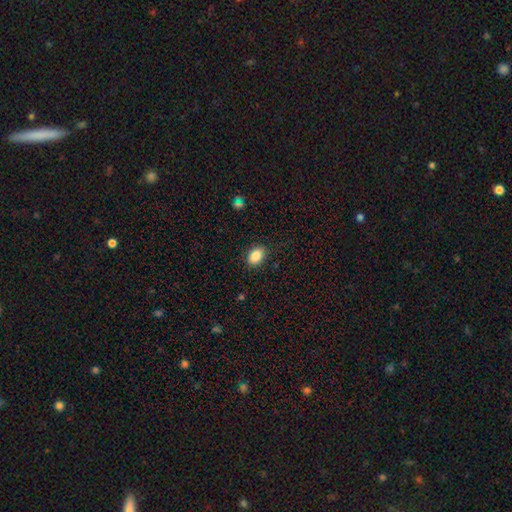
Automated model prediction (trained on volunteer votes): A smooth galaxy with no disk features (87%) that is in between round and cigar-shaped (81%). Merging: none (86%).